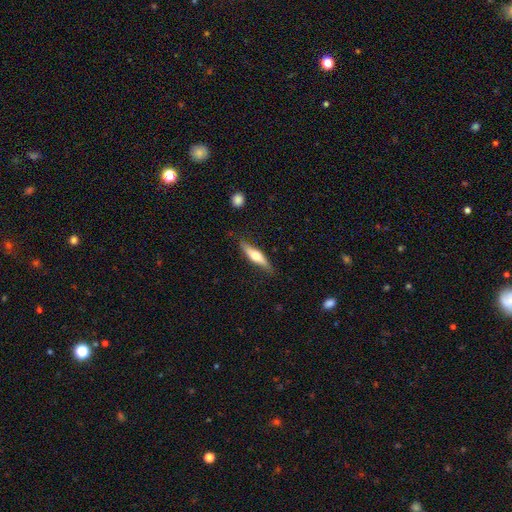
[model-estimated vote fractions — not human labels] Overall: featured or disk (48%; smooth 46%). Merging: none (75%).